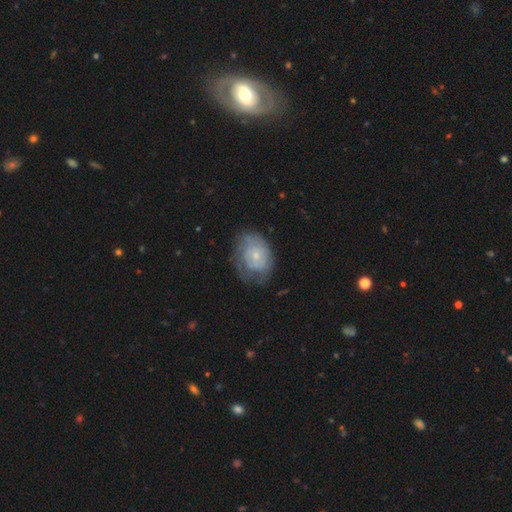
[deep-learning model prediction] Smooth or featured? featured or disk (61%)
Edge-on disk? no (97%)
Bar? no (80%)
Spiral arms? yes (72%)
Bulge size? small (66%)
Merging? none (57%)